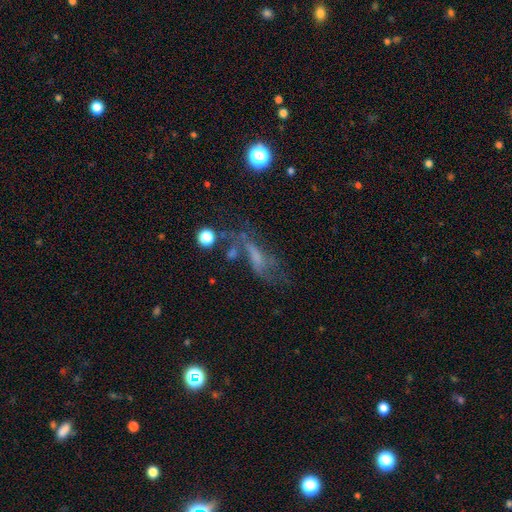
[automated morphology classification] smooth-or-featured: featured or disk: 54% | smooth: 26% | star or artifact: 20%
  disk-edge-on: no: 81% | yes: 19%
  merging: none: 39% | major disturbance: 33% | minor disturbance: 18% | merger: 10%